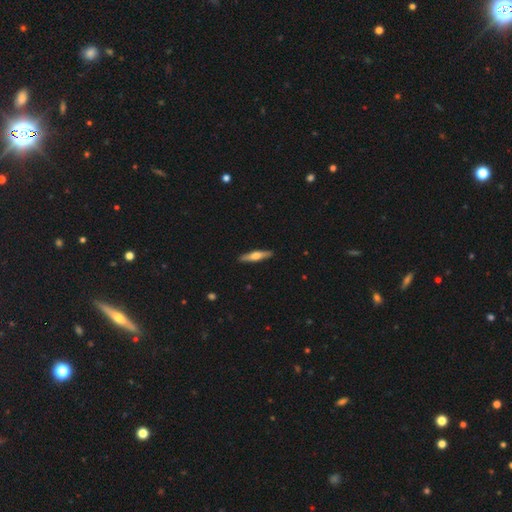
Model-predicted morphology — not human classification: Smooth or featured: featured or disk — 52% (smooth — 43%)
Edge-on disk: yes — 95% (no — 5%)
Merging: none — 91% (minor disturbance — 7%)